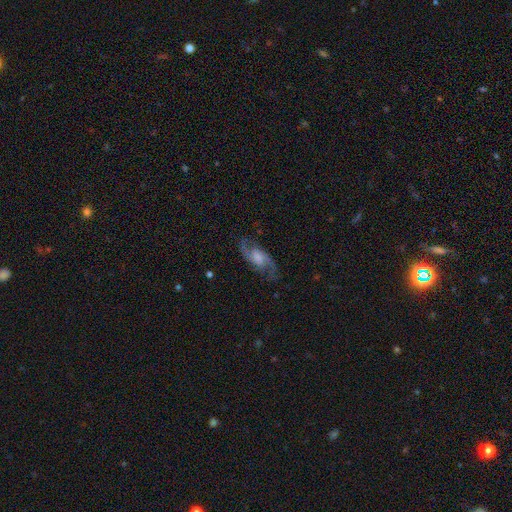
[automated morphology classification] Smooth or featured?
  - featured or disk: 85% *
  - smooth: 8%
  - star or artifact: 7%
Edge-on disk?
  - no: 94% *
  - yes: 6%
Bar?
  - no: 48% *
  - weak: 42%
  - strong: 10%
Spiral arms?
  - yes: 97% *
  - no: 3%
Spiral winding?
  - medium: 52% *
  - loose: 34%
  - tight: 14%
Spiral arm count?
  - 2: 92% *
  - can't tell: 3%
  - 3: 2%
  - 1: 1%
  - 4: 1%
  - more than 4: 1%
Bulge size?
  - moderate: 34% *
  - small: 22%
  - none: 21%
  - large: 20%
  - dominant: 2%
Merging?
  - none: 80% *
  - minor disturbance: 13%
  - major disturbance: 6%
  - merger: 1%